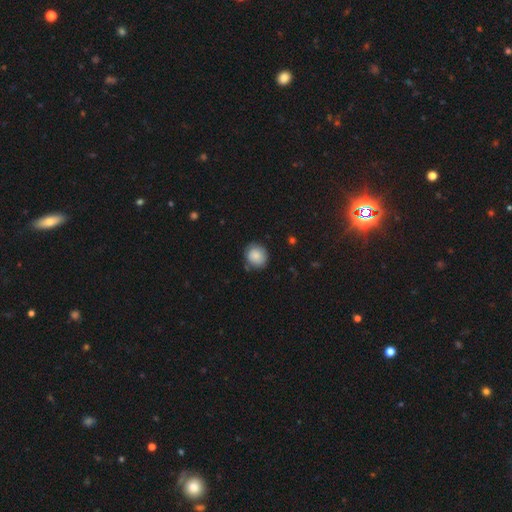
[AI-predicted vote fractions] Morphology: type=smooth (81%); roundness=round (87%); merging=none (79%).